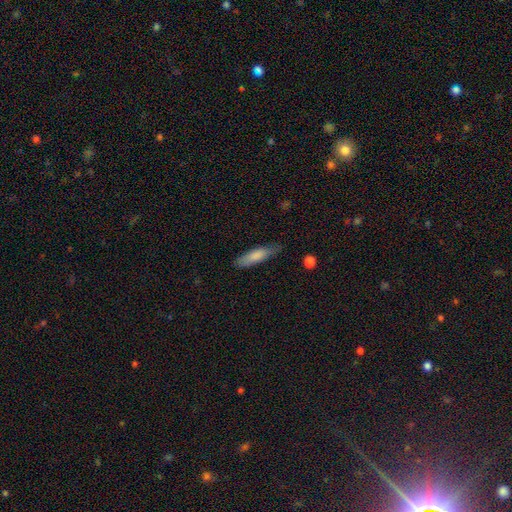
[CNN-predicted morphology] Smooth or featured? smooth (80%)
How rounded? cigar-shaped (68%)
Merging? none (72%)